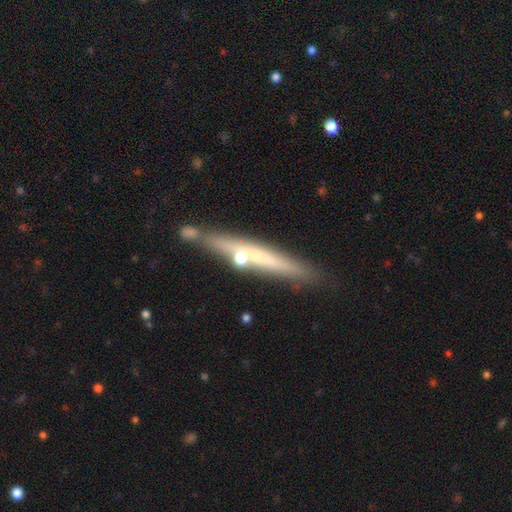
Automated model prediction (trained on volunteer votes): The model was most divided on "edge-on bulge": rounded: 54%, none: 41%, boxy: 5%. More confident: edge-on disk — yes (92%); merging — none (75%); smooth or featured — featured or disk (58%).